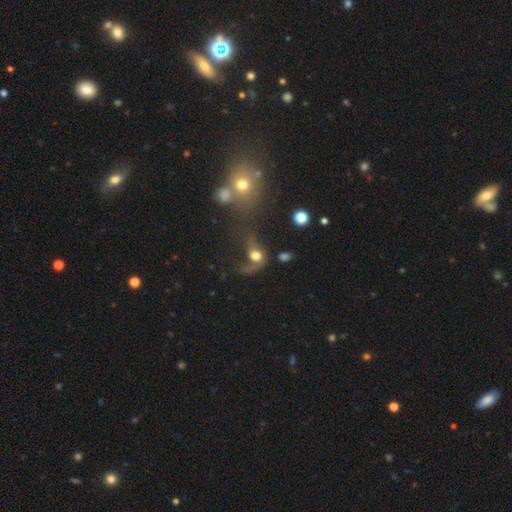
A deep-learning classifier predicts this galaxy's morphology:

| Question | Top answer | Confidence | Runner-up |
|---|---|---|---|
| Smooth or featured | smooth | 51% | featured or disk (36%) |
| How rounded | round | 49% | in between (48%) |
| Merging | major disturbance | 48% | none (21%) |